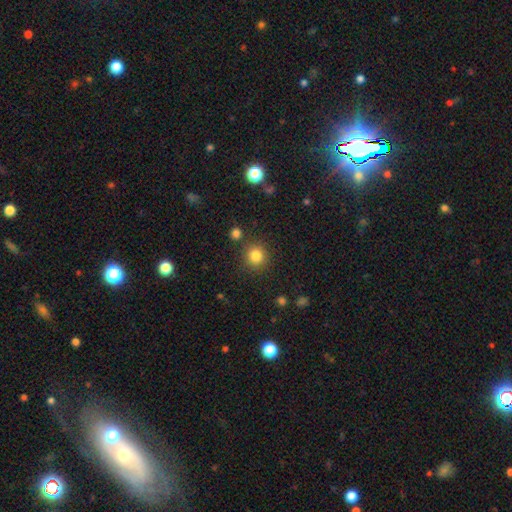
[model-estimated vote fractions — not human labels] This appears to be a smooth galaxy with no disk features (83%) that is round (92%). Merging: none (85%).